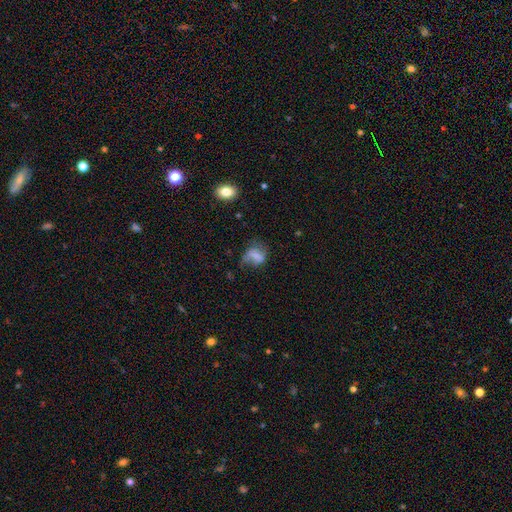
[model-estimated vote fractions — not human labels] smooth 53%, featured or disk 34%, star or artifact 12%. Down the decision tree: how rounded — in between (63%); merging — major disturbance (34%).